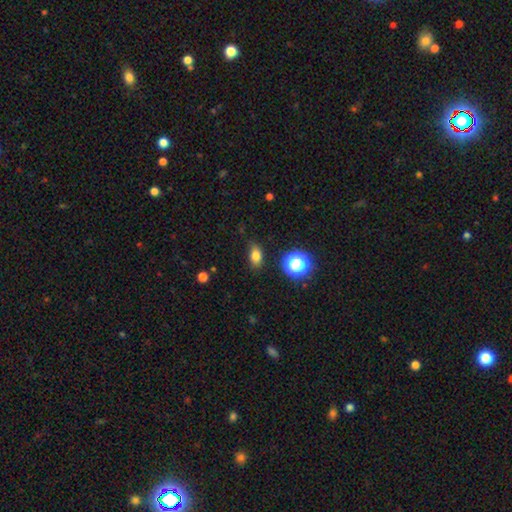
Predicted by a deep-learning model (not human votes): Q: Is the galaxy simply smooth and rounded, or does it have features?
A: smooth — 79%.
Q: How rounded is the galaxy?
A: in between — 79%.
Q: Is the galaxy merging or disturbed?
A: none — 82%.